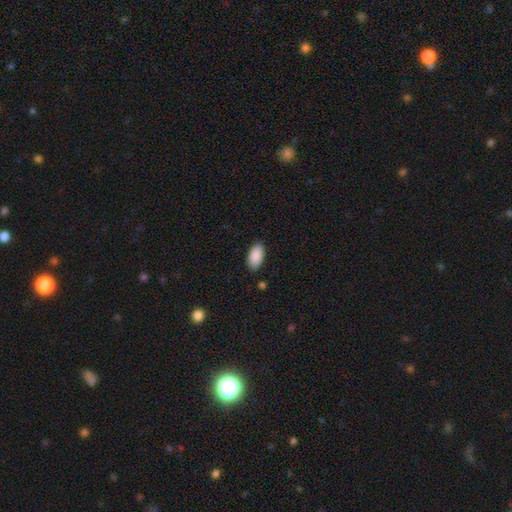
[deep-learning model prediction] Smooth or featured: smooth — 90% (star or artifact — 6%)
How rounded: in between — 95% (cigar-shaped — 3%)
Merging: none — 86% (minor disturbance — 10%)